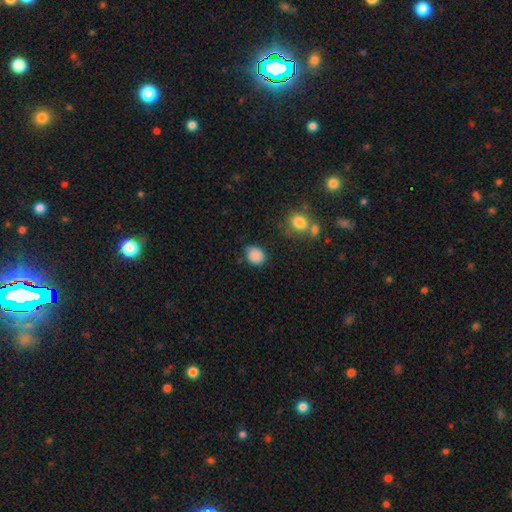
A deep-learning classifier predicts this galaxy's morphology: type=smooth (87%); roundness=round (54%); merging=none (71%).